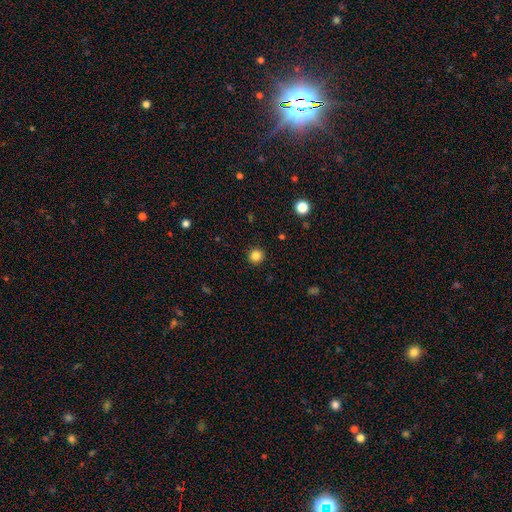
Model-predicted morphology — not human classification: Smooth or featured? smooth (84%)
How rounded? round (93%)
Merging? none (92%)